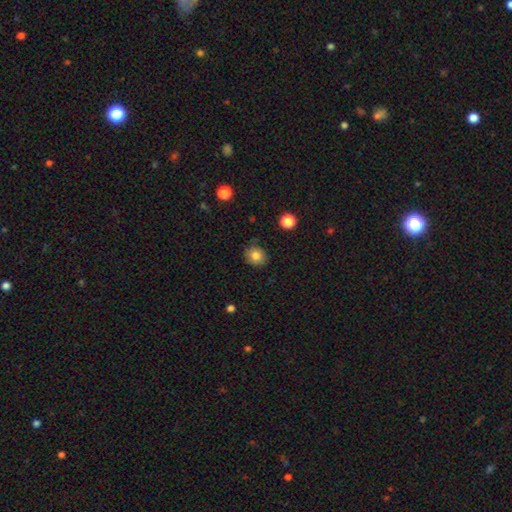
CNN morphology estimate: Smooth or featured? smooth (82%)
How rounded? round (79%)
Merging? none (85%)